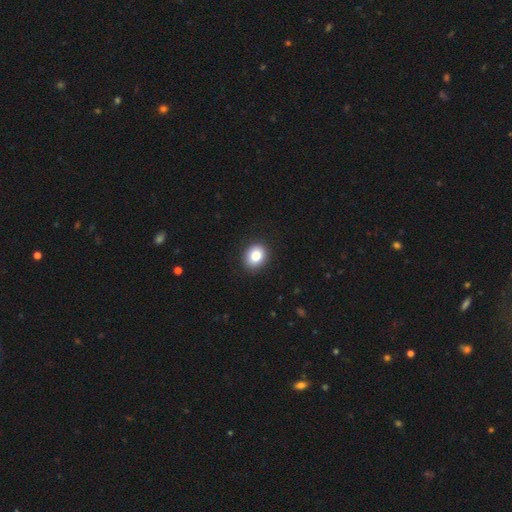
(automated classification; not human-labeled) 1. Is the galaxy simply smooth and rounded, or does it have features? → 84% smooth, 9% star or artifact, 7% featured or disk.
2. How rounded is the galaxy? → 55% round, 45% in between, 1% cigar-shaped.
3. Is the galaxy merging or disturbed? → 90% none, 7% minor disturbance, 2% major disturbance, 1% merger.